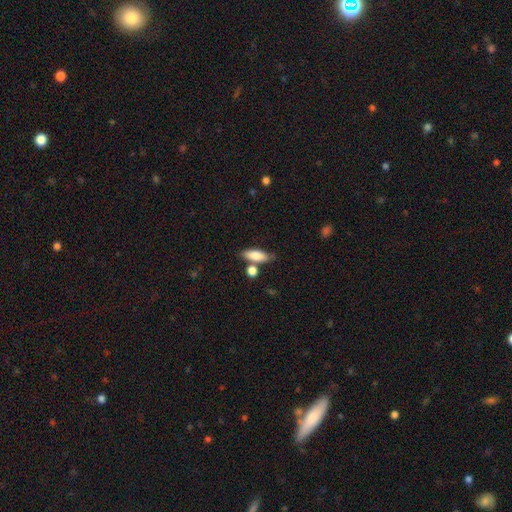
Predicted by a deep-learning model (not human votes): Smooth or featured? Predicted: smooth (p=0.81). How rounded? Predicted: in between (p=0.67). Merging? Predicted: none (p=0.66).